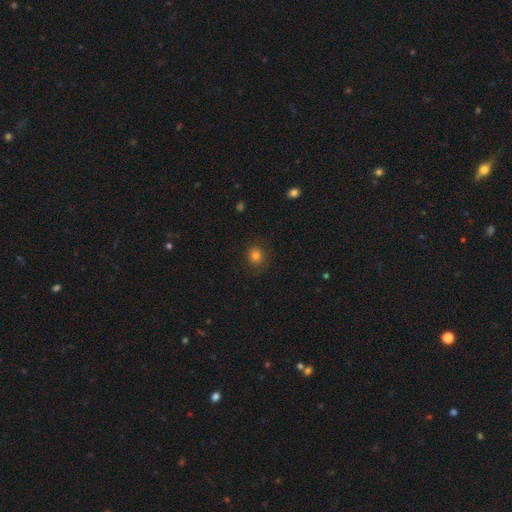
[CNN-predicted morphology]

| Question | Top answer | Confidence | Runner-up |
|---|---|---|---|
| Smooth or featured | smooth | 81% | star or artifact (13%) |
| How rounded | round | 84% | in between (15%) |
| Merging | none | 86% | minor disturbance (10%) |